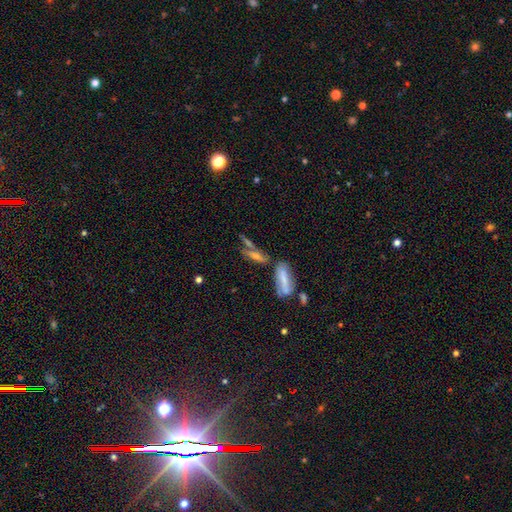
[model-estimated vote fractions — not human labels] Smooth or featured? Predicted: featured or disk (p=0.42). Merging? Predicted: none (p=0.44).